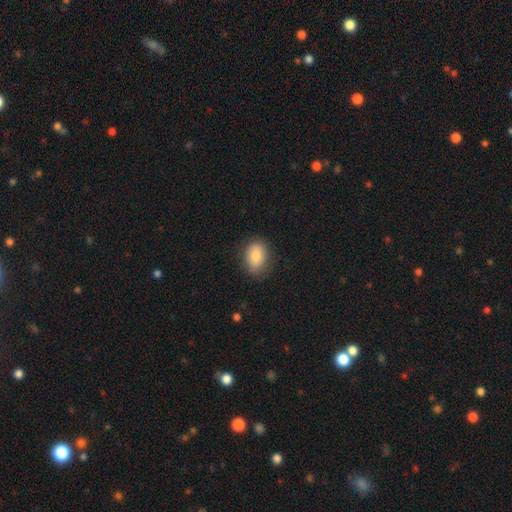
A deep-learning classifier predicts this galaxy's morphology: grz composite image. It shows a smooth galaxy with no disk features (84%) that is in between round and cigar-shaped (79%). Merging: none (79%).